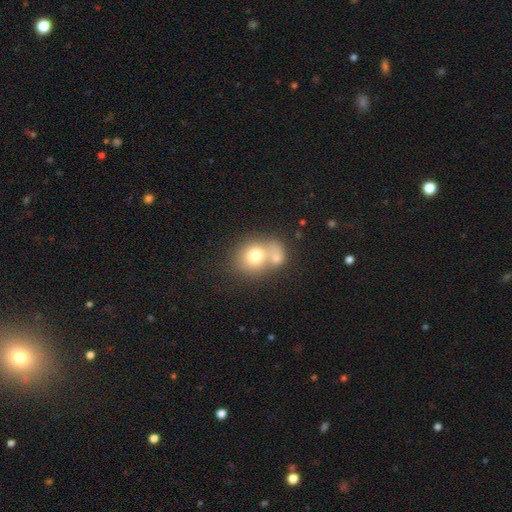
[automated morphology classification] type=smooth (71%); roundness=round (63%); merging=merger (59%).